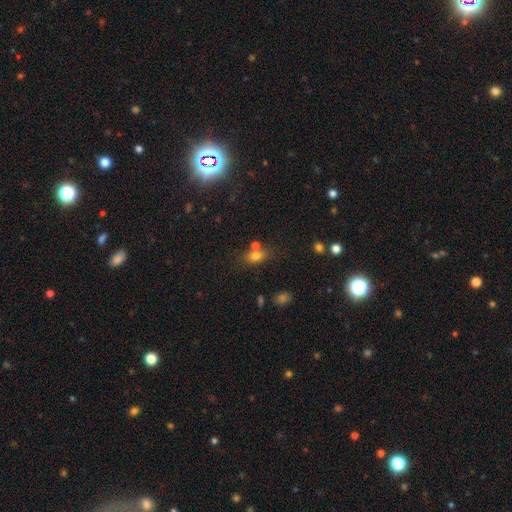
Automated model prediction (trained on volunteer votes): smooth_or_featured: smooth (p=0.75) [alt: star or artifact p=0.13]
how_rounded: in between (p=0.74) [alt: round p=0.21]
merging: none (p=0.54) [alt: merger p=0.27]